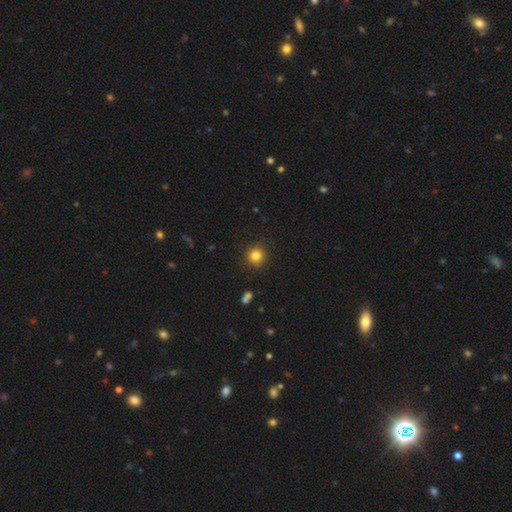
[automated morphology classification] A smooth galaxy with no disk features (83%) that is round (93%).

Vote fractions:
- Smooth or featured? smooth: 83% / star or artifact: 12% / featured or disk: 5%
- How rounded? round: 93% / in between: 6% / cigar-shaped: 1%
- Merging? none: 90% / minor disturbance: 7% / major disturbance: 2% / merger: 1%